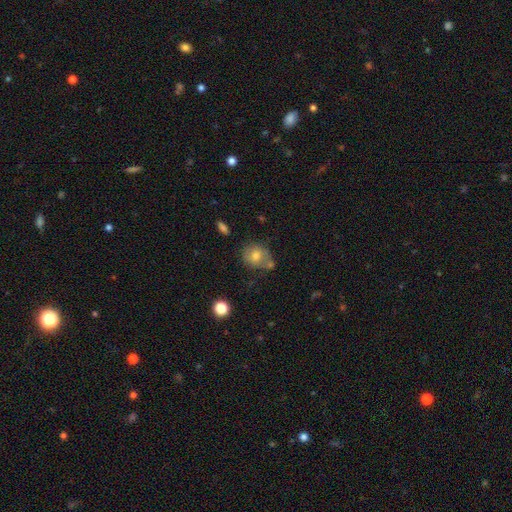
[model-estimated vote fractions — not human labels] Smooth or featured? smooth (69%)
How rounded? round (64%)
Merging? none (50%)